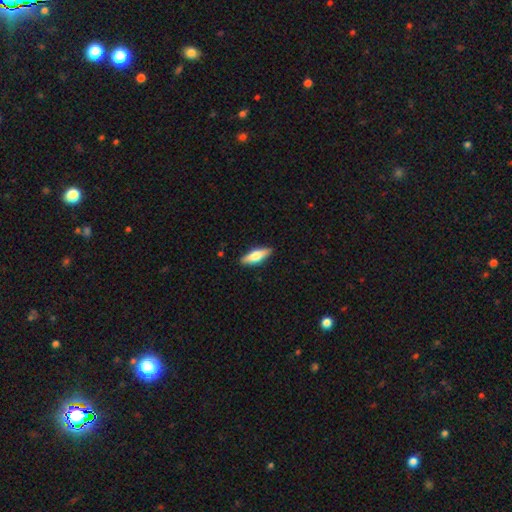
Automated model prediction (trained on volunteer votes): smooth-or-featured: smooth: 65% | featured or disk: 29% | star or artifact: 6%
  how-rounded: in between: 54% | cigar-shaped: 44% | round: 2%
  merging: none: 88% | minor disturbance: 9% | major disturbance: 2% | merger: 1%